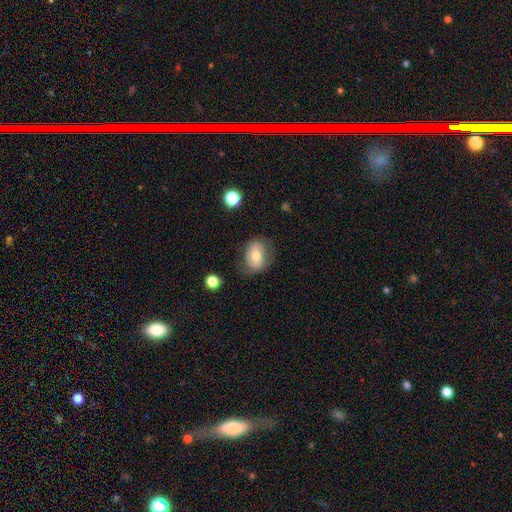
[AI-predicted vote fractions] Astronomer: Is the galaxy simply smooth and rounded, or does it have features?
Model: smooth — 59%.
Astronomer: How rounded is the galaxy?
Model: in between — 69%.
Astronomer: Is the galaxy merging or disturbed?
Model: none — 65%.